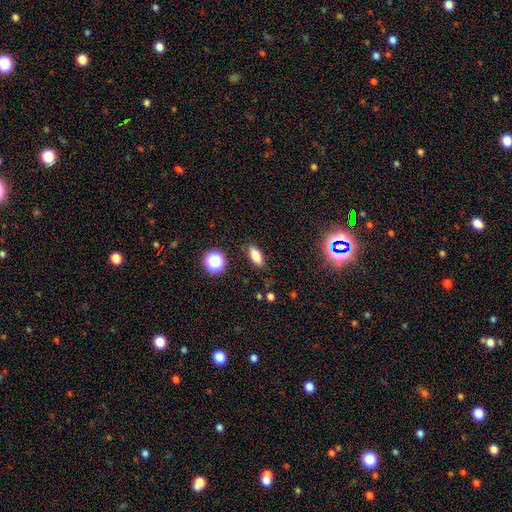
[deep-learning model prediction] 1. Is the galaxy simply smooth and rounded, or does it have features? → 77% smooth, 12% star or artifact, 11% featured or disk.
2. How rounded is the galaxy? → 76% in between, 17% cigar-shaped, 7% round.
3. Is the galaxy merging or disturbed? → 85% none, 10% minor disturbance, 3% major disturbance, 2% merger.